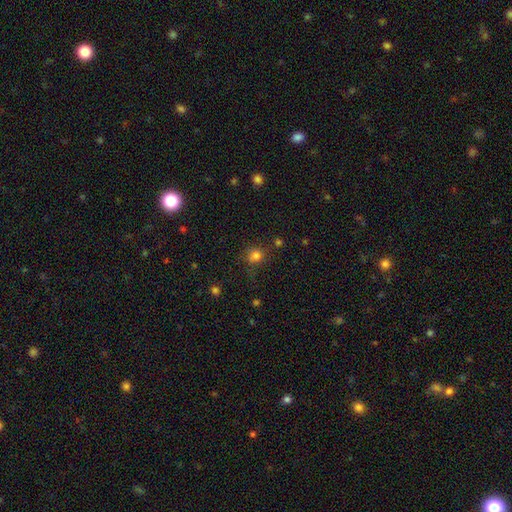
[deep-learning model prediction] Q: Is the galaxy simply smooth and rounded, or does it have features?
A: smooth — 77%.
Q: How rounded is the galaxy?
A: round — 79%.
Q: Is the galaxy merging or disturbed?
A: none — 70%.